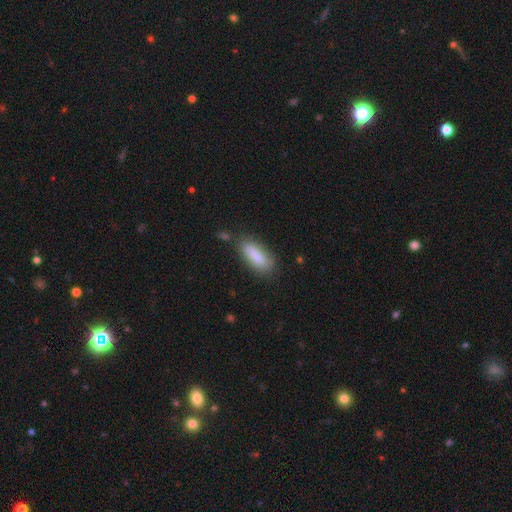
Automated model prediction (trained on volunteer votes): Smooth or featured? smooth (85%)
How rounded? in between (65%)
Merging? none (75%)